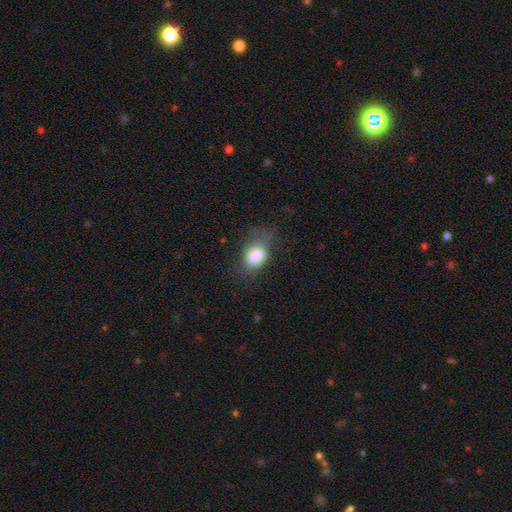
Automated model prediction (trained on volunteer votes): smooth-or-featured: smooth: 81% | featured or disk: 10% | star or artifact: 9%
  how-rounded: in between: 72% | round: 26% | cigar-shaped: 1%
  merging: none: 48% | minor disturbance: 31% | major disturbance: 19% | merger: 2%